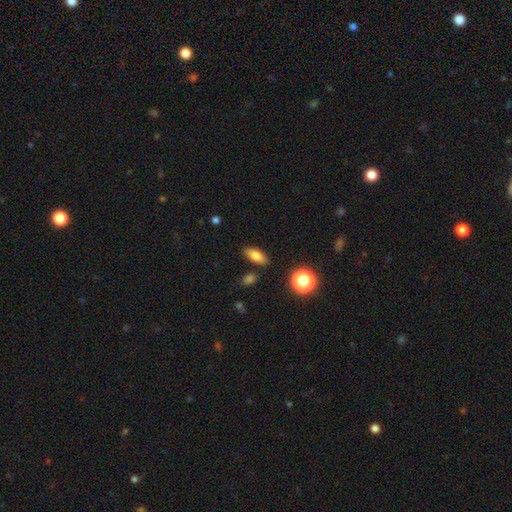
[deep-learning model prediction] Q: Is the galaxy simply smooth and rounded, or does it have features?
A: smooth — 79%.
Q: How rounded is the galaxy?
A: in between — 81%.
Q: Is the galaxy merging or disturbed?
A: none — 83%.